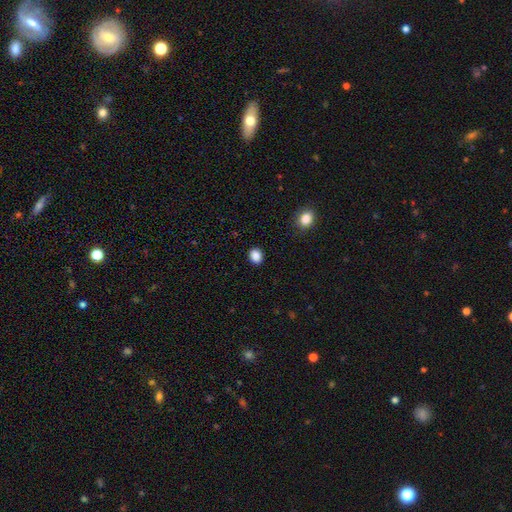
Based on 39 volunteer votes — Q: Smooth or featured?
A: smooth (95%); runner-up: featured or disk (3%)
Q: How rounded?
A: round (73%); runner-up: in between (27%)
Q: Merging?
A: none (95%); runner-up: minor disturbance (3%)